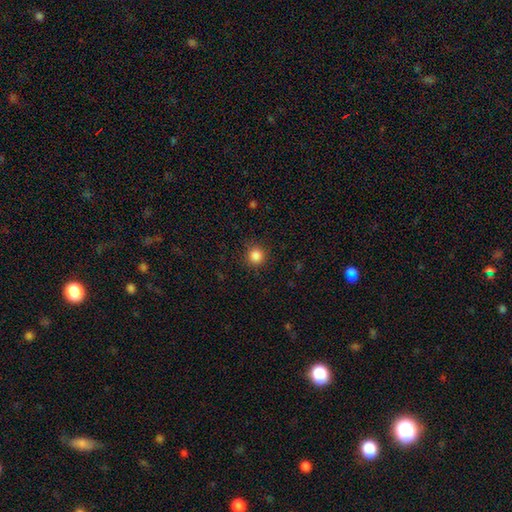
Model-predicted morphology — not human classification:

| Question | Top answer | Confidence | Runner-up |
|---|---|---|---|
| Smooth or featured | smooth | 85% | star or artifact (12%) |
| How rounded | round | 95% | in between (4%) |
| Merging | none | 90% | minor disturbance (6%) |